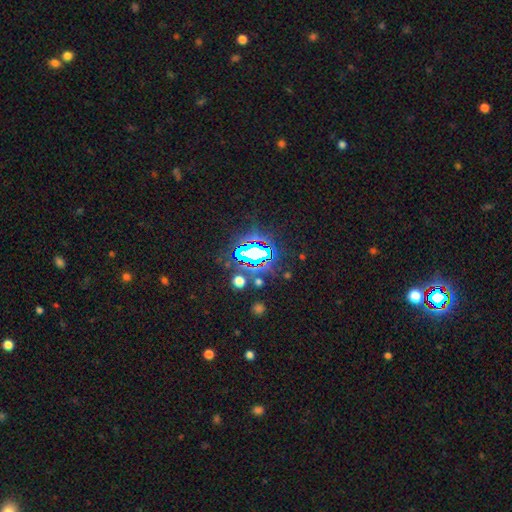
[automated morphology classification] This appears to be a star or artifact, not a galaxy (78%).